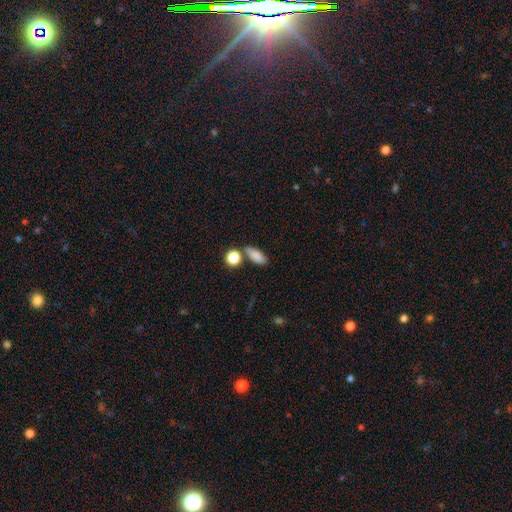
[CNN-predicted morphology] The model was most divided on "merging": none: 68%, minor disturbance: 14%, merger: 14%, major disturbance: 4%. More confident: smooth or featured — smooth (85%); how rounded — in between (77%).